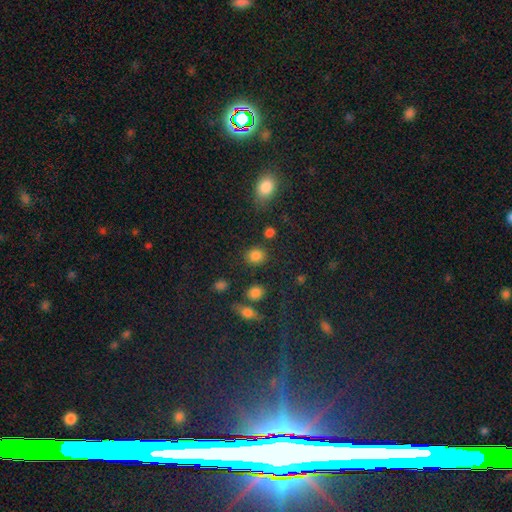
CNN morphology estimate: smooth-or-featured: smooth: 84% | star or artifact: 12% | featured or disk: 5%
  how-rounded: round: 77% | in between: 22% | cigar-shaped: 1%
  merging: none: 83% | minor disturbance: 9% | merger: 5% | major disturbance: 4%